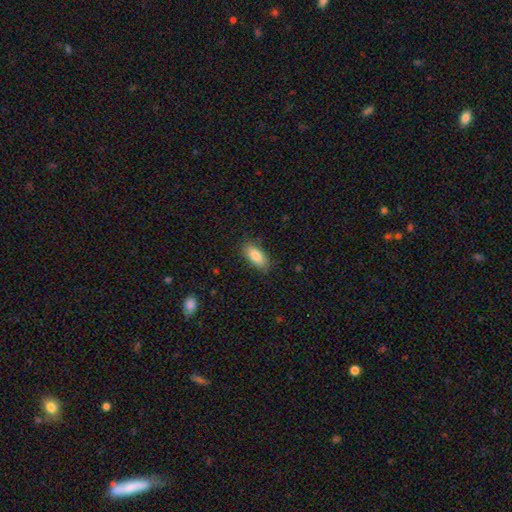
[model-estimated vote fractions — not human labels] Q: Smooth or featured?
A: smooth (85%); runner-up: featured or disk (8%)
Q: How rounded?
A: in between (85%); runner-up: cigar-shaped (12%)
Q: Merging?
A: none (85%); runner-up: minor disturbance (11%)